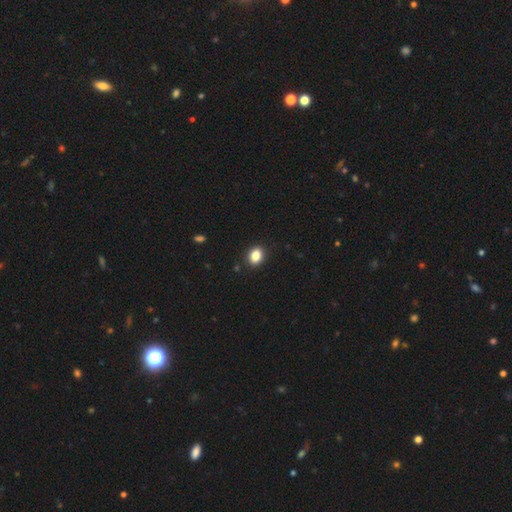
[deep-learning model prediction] smooth 85%, star or artifact 10%, featured or disk 5%. Down the decision tree: how rounded — in between (61%); merging — none (90%).